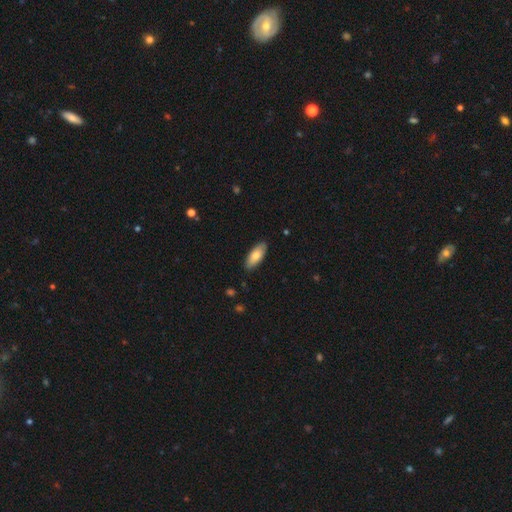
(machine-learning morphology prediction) A smooth galaxy with no disk features (77%) that is in between round and cigar-shaped (81%). Merging: none (88%).